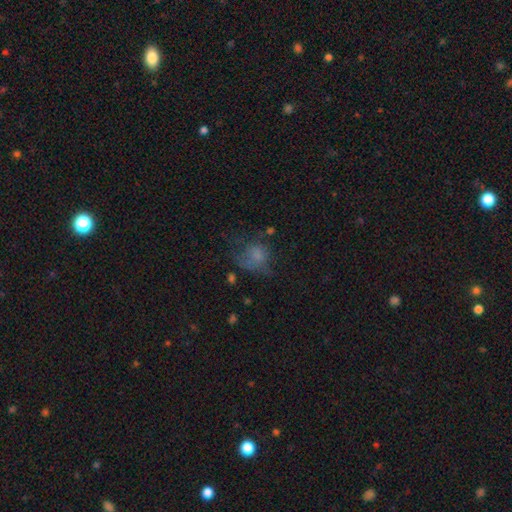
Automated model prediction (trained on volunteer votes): smooth_or_featured: smooth (p=0.61) [alt: featured or disk p=0.22]
how_rounded: round (p=0.58) [alt: in between p=0.41]
merging: major disturbance (p=0.38) [alt: none p=0.35]